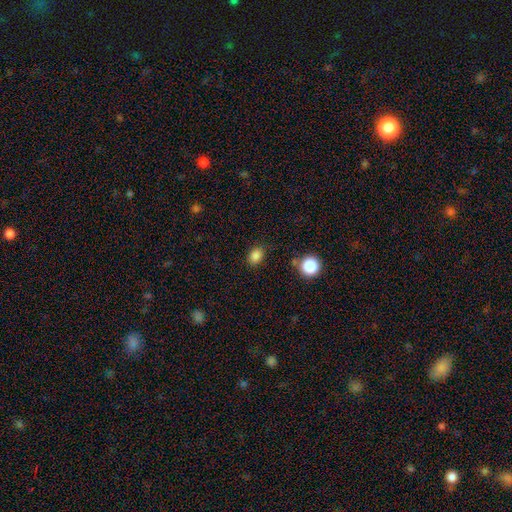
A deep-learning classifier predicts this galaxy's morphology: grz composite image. It shows a smooth galaxy with no disk features (84%) that is in between round and cigar-shaped (61%). Merging: none (81%).